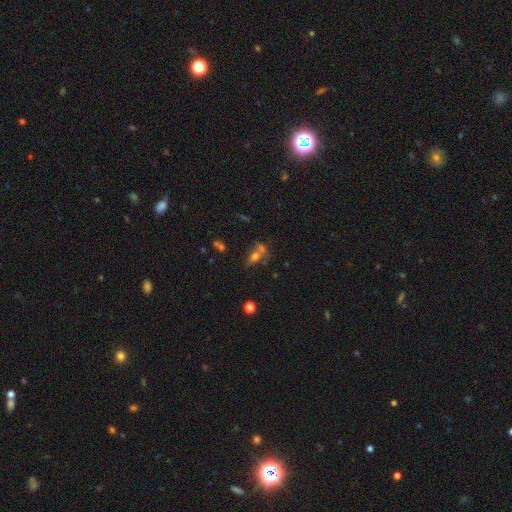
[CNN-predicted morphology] This is possibly a smooth galaxy (52%). How rounded: likely in between (65%). Merging: marginally merger (41%).